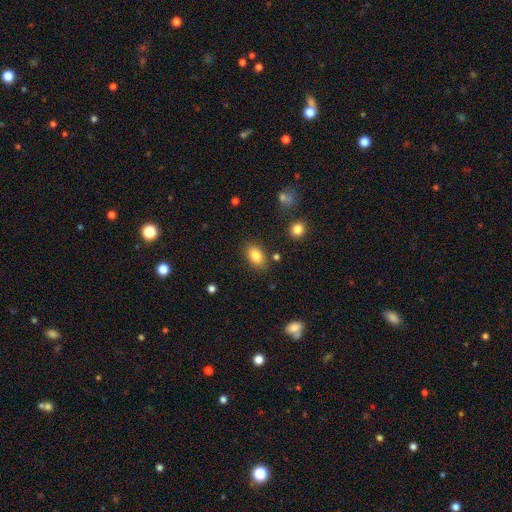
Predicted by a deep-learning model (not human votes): Morphology: type=smooth (83%); roundness=in between (87%); merging=none (83%).